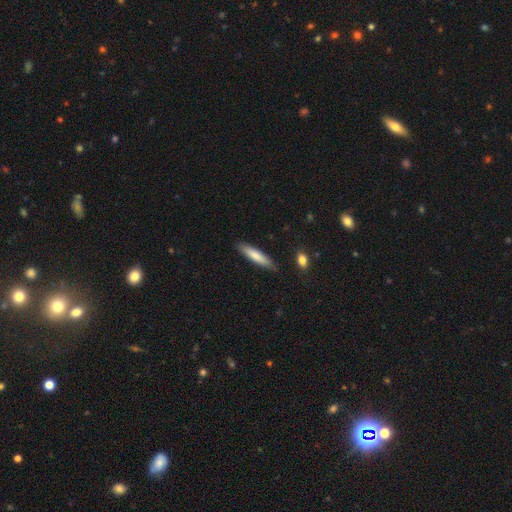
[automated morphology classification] smooth-or-featured: smooth: 75% | featured or disk: 19% | star or artifact: 6%
  how-rounded: cigar-shaped: 84% | in between: 15% | round: 1%
  merging: none: 86% | minor disturbance: 10% | major disturbance: 2% | merger: 2%